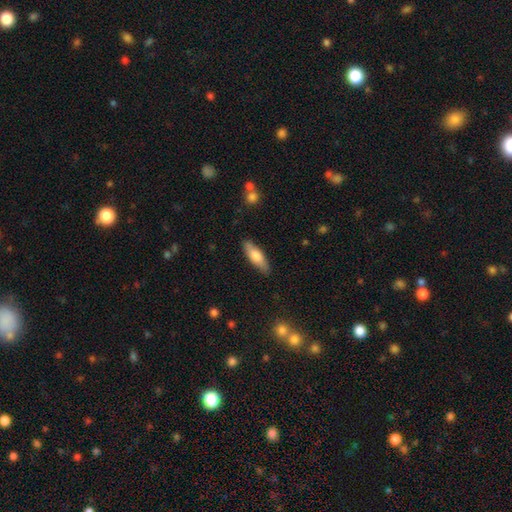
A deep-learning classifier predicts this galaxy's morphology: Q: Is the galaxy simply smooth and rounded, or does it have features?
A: smooth — 68%.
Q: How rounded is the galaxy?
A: cigar-shaped — 50%.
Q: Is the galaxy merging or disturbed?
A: none — 86%.